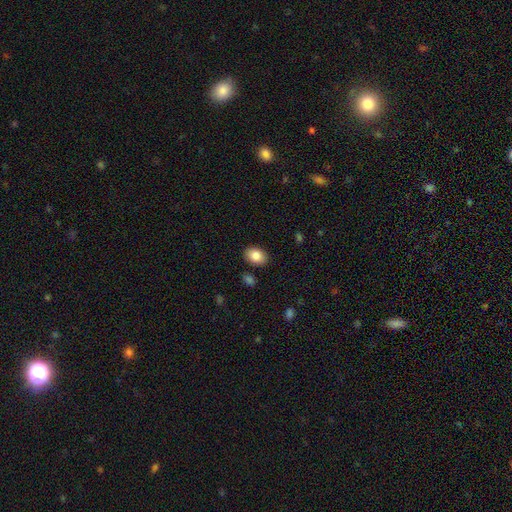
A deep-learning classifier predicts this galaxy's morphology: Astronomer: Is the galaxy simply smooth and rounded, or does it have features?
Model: smooth — 85%.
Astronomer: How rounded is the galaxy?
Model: in between — 80%.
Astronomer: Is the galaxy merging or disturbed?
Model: none — 87%.